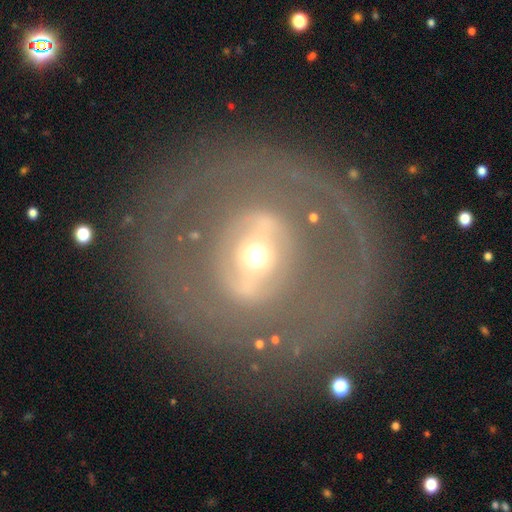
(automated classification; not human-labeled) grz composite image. It shows a featured or disk galaxy (73%) with a strong bar (38%), no spiral arms (64%) and a moderate central bulge (53%). Merging: none (74%).